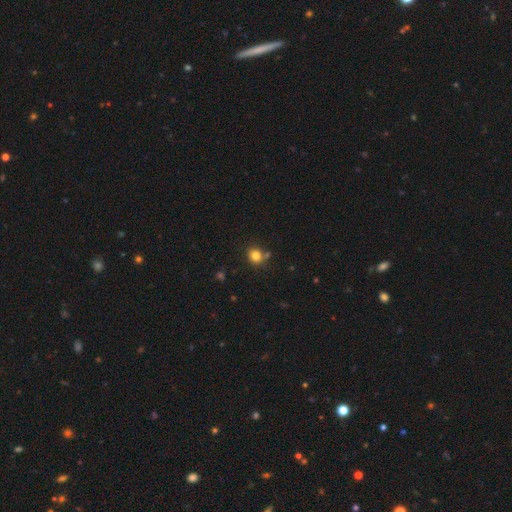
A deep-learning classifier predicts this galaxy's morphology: Smooth or featured? Predicted: smooth (p=0.82). How rounded? Predicted: round (p=0.77). Merging? Predicted: none (p=0.74).